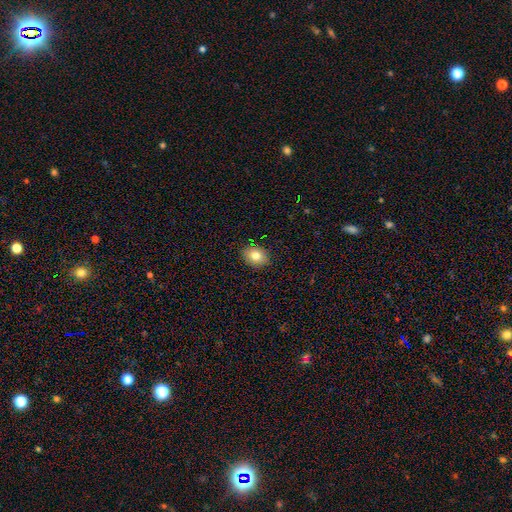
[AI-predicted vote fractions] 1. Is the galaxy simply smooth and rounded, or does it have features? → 79% smooth, 10% featured or disk, 10% star or artifact.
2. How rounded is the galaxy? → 53% round, 46% in between, 1% cigar-shaped.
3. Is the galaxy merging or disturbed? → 88% none, 9% minor disturbance, 2% major disturbance, 1% merger.